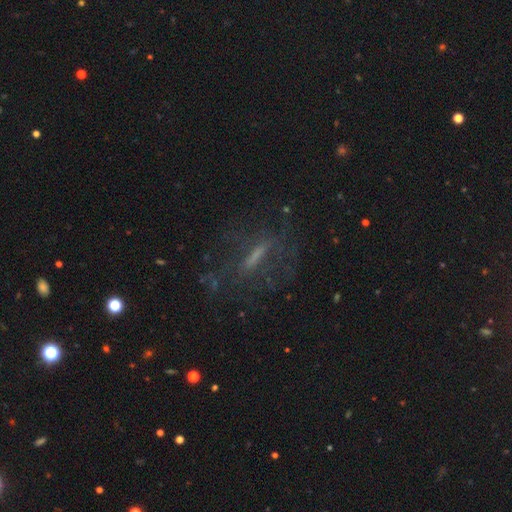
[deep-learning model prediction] Smooth or featured: featured or disk — 52% (smooth — 29%)
Edge-on disk: no — 62% (yes — 38%)
Merging: none — 67% (major disturbance — 16%)